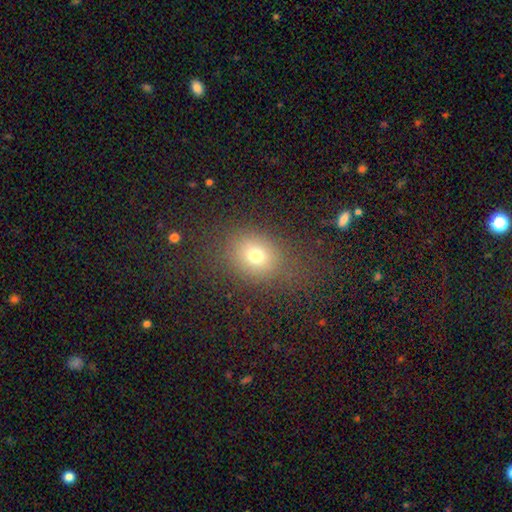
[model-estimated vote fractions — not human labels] smooth 73%, star or artifact 16%, featured or disk 11%. Down the decision tree: how rounded — round (53%); merging — none (72%).